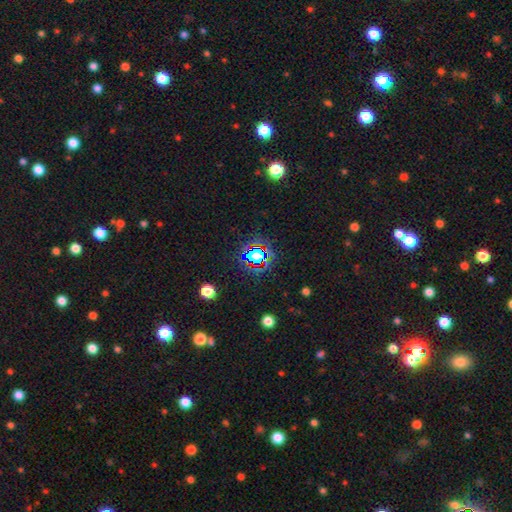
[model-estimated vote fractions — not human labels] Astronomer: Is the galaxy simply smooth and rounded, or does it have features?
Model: star or artifact — 63%.